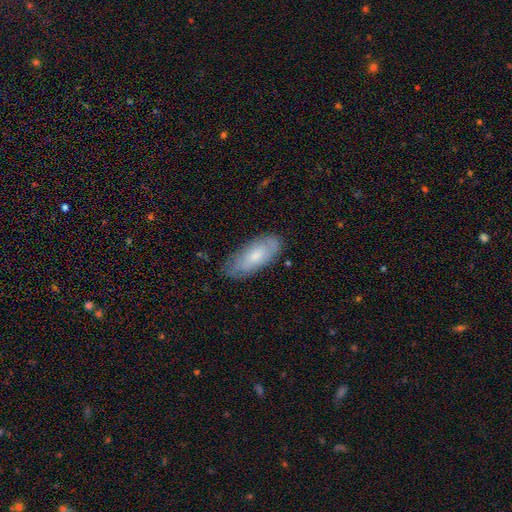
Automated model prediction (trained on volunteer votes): Smooth or featured? smooth (62%)
How rounded? in between (82%)
Merging? none (75%)